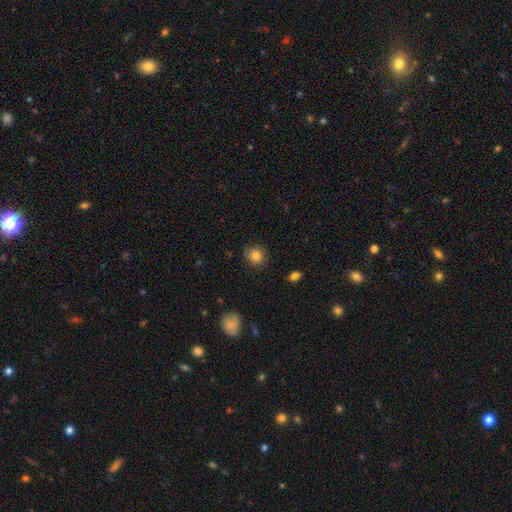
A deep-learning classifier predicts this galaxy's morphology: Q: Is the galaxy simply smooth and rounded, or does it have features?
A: smooth — 82%.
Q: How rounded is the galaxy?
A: round — 86%.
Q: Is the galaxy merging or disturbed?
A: none — 80%.